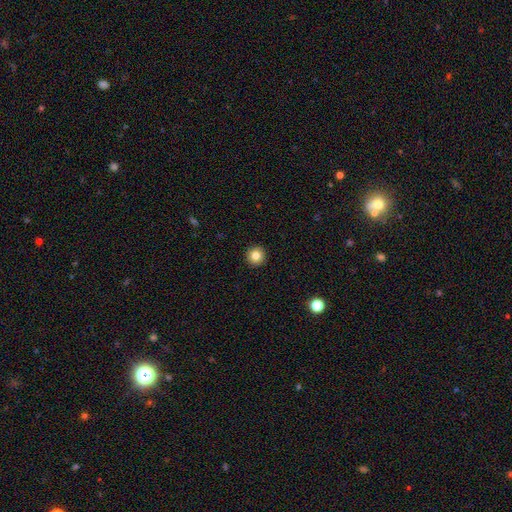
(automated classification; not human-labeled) Q: Smooth or featured?
A: smooth (82%); runner-up: star or artifact (11%)
Q: How rounded?
A: round (96%); runner-up: in between (3%)
Q: Merging?
A: none (94%); runner-up: minor disturbance (4%)